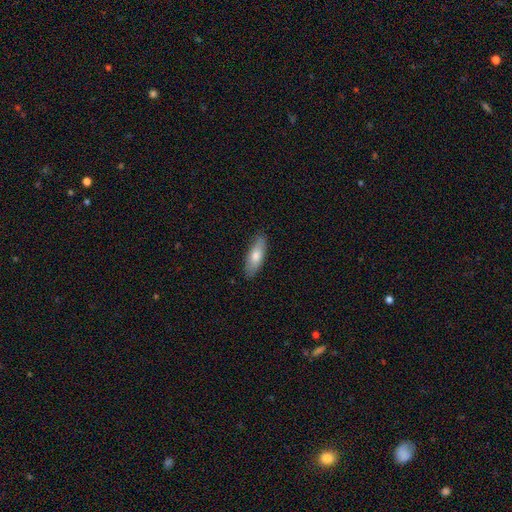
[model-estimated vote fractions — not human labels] Smooth or featured: smooth — 71% (featured or disk — 23%)
How rounded: in between — 55% (cigar-shaped — 43%)
Merging: none — 88% (minor disturbance — 9%)